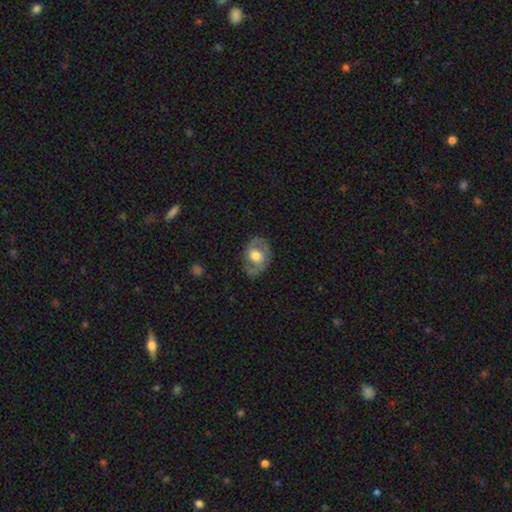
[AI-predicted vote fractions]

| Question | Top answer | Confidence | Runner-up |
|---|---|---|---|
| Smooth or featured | featured or disk | 62% | smooth (32%) |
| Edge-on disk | no | 95% | yes (5%) |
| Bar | no | 63% | weak (29%) |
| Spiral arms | yes | 67% | no (33%) |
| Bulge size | moderate | 56% | large (34%) |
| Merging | none | 73% | minor disturbance (18%) |